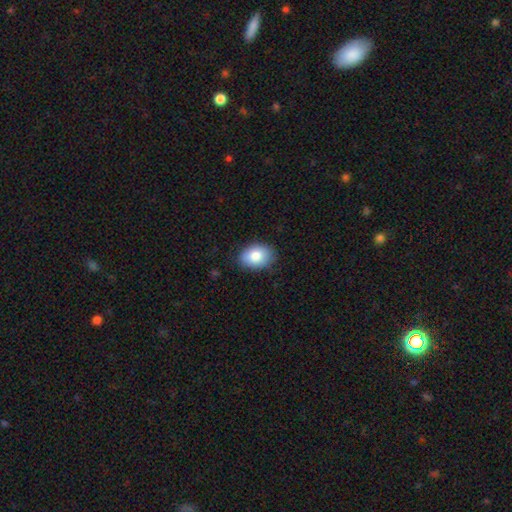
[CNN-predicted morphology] Smooth or featured? Predicted: smooth (p=0.83). How rounded? Predicted: in between (p=0.78). Merging? Predicted: none (p=0.83).